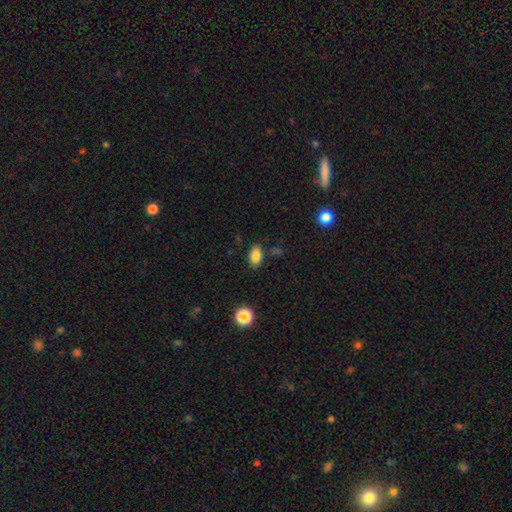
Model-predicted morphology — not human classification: Q: Smooth or featured?
A: smooth (84%); runner-up: star or artifact (9%)
Q: How rounded?
A: in between (89%); runner-up: round (9%)
Q: Merging?
A: none (81%); runner-up: minor disturbance (12%)